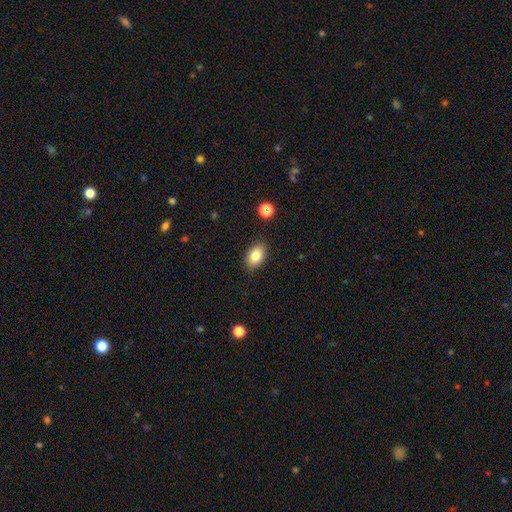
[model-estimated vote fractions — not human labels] This appears to be a smooth galaxy with no disk features (81%) that is in between round and cigar-shaped (86%). Merging: none (87%).